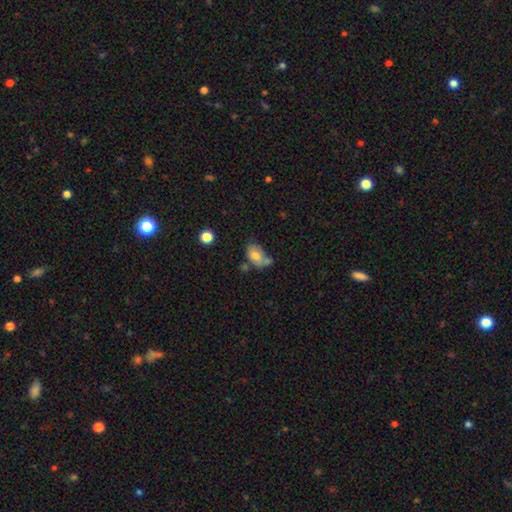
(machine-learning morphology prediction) A smooth galaxy with no disk features (69%) that is in between round and cigar-shaped (84%).

Vote fractions:
- Smooth or featured? smooth: 69% / featured or disk: 22% / star or artifact: 8%
- How rounded? in between: 84% / round: 15% / cigar-shaped: 1%
- Merging? none: 33% / merger: 28% / minor disturbance: 27% / major disturbance: 12%